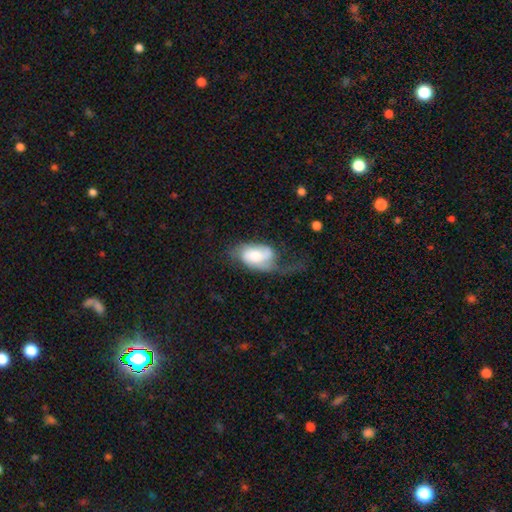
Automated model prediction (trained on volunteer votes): A featured or disk galaxy (59%) with no bar (59%), spiral arms (85%) and a moderate central bulge (51%).

Vote fractions:
- Smooth or featured? featured or disk: 59% / smooth: 35% / star or artifact: 6%
- Edge-on disk? no: 95% / yes: 5%
- Bar? no: 59% / weak: 32% / strong: 9%
- Spiral arms? yes: 85% / no: 15%
- Bulge size? moderate: 51% / large: 24% / small: 17% / none: 4% / dominant: 4%
- Merging? major disturbance: 44% / none: 27% / minor disturbance: 26% / merger: 3%